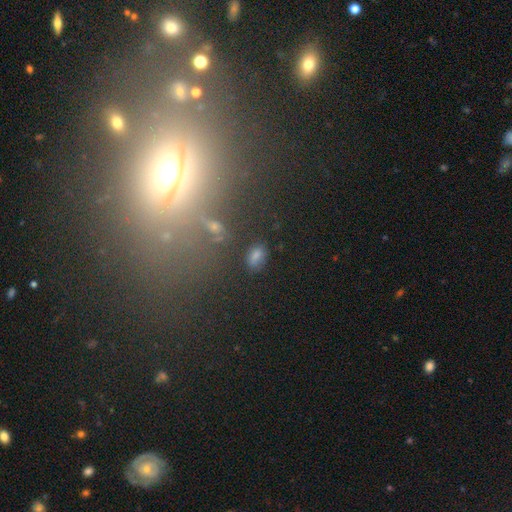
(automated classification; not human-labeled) Smooth or featured?
  - smooth: 61% *
  - star or artifact: 25%
  - featured or disk: 14%
How rounded?
  - in between: 85% *
  - round: 12%
  - cigar-shaped: 3%
Merging?
  - none: 76% *
  - minor disturbance: 13%
  - major disturbance: 6%
  - merger: 5%